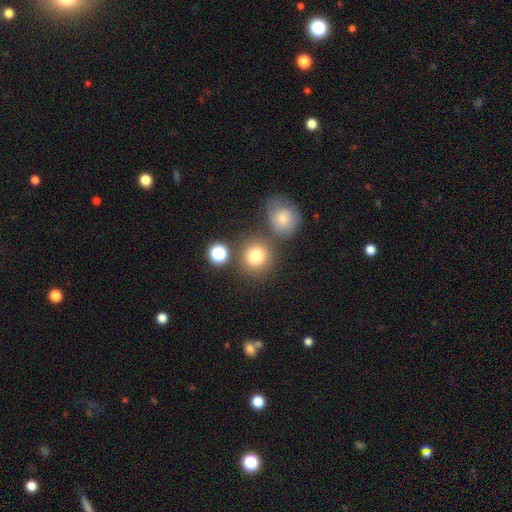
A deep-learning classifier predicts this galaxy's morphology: Smooth or featured: smooth — 79% (star or artifact — 13%)
How rounded: round — 88% (in between — 11%)
Merging: none — 69% (merger — 17%)